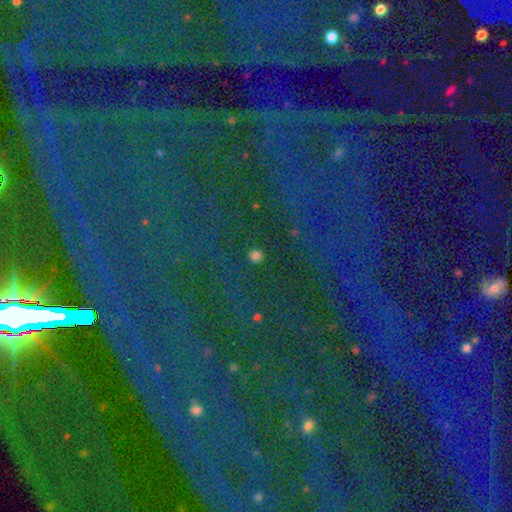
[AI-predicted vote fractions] Overall: smooth (70%). How rounded: round (89%). Merging: none (87%).